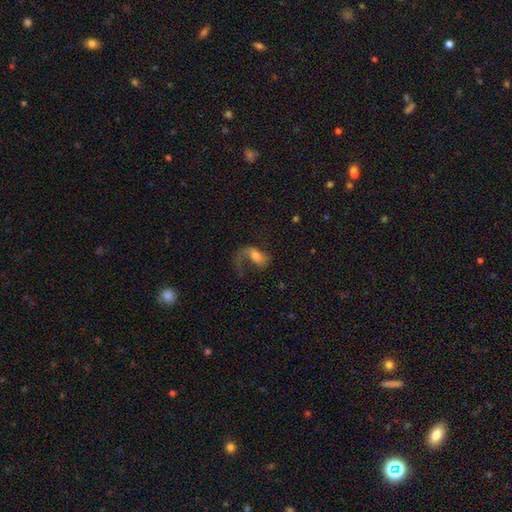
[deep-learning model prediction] Smooth or featured? featured or disk (59%)
Edge-on disk? no (95%)
Bar? no (46%)
Spiral arms? yes (84%)
Bulge size? moderate (48%)
Merging? major disturbance (47%)